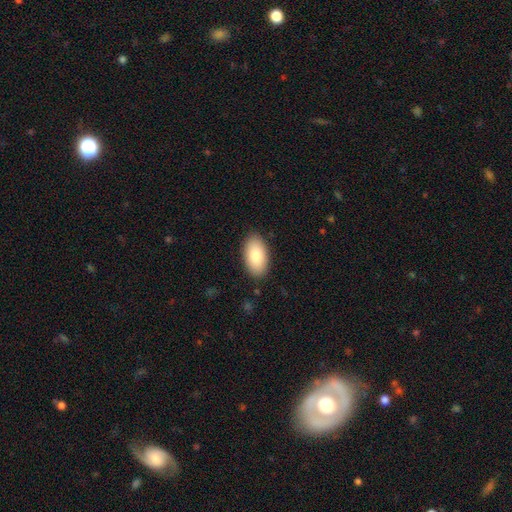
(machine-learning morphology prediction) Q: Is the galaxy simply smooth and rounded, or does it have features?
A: smooth — 82%.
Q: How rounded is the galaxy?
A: in between — 95%.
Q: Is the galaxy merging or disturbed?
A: none — 88%.